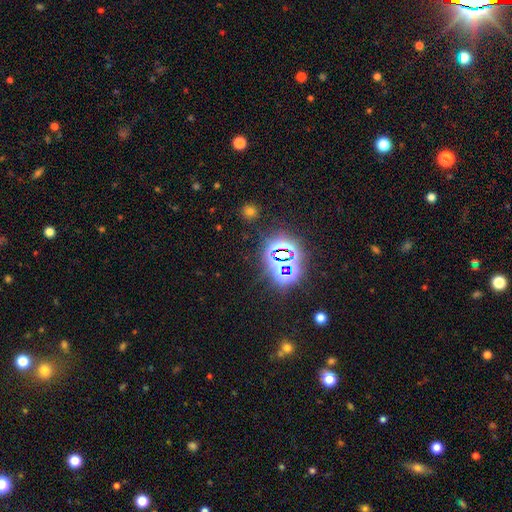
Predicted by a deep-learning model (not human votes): This is likely a star or artifact rather than a galaxy (79%).